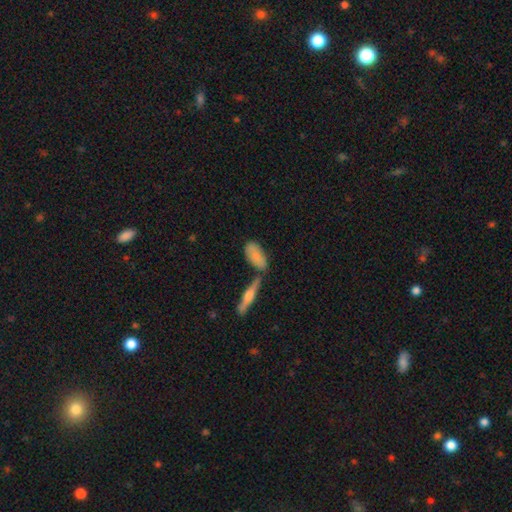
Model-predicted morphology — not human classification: smooth-or-featured: smooth: 77% | featured or disk: 17% | star or artifact: 7%
  how-rounded: in between: 82% | cigar-shaped: 15% | round: 3%
  merging: none: 57% | merger: 19% | minor disturbance: 19% | major disturbance: 5%